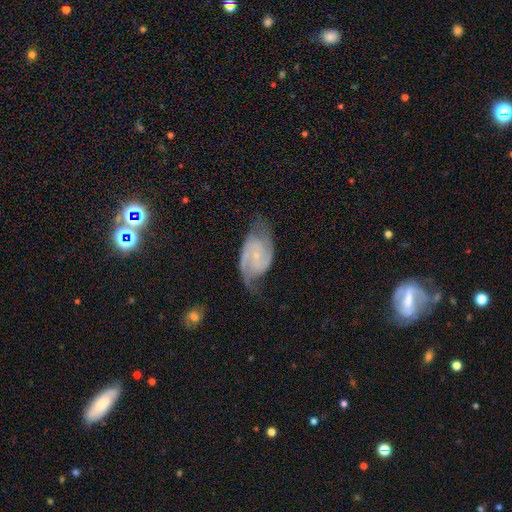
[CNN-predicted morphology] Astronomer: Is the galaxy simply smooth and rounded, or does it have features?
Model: featured or disk — 85%.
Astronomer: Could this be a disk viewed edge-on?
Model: no — 97%.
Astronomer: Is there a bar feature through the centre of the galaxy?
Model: no — 63%.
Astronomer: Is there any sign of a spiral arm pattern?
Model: yes — 96%.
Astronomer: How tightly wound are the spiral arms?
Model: medium — 48% (runner-up: tight, 31%).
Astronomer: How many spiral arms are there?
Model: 2 — 87%.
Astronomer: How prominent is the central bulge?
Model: small — 75%.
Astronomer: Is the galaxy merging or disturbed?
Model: none — 63%.